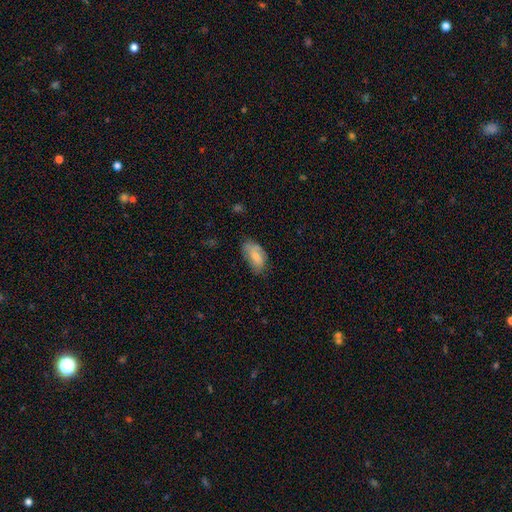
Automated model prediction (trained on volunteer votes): smooth-or-featured: smooth: 73% | featured or disk: 20% | star or artifact: 7%
  how-rounded: in between: 93% | round: 4% | cigar-shaped: 3%
  merging: none: 55% | minor disturbance: 33% | major disturbance: 10% | merger: 2%